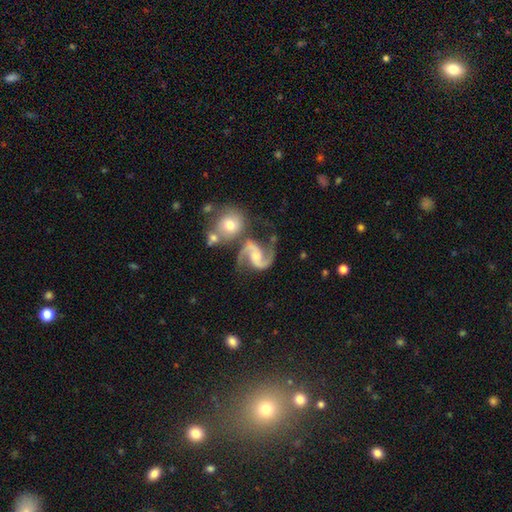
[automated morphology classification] Smooth or featured? featured or disk (92%)
Edge-on disk? no (98%)
Bar? no (44%)
Spiral arms? yes (98%)
Spiral winding? medium (56%)
Spiral arm count? 2 (94%)
Bulge size? moderate (49%)
Merging? none (57%)